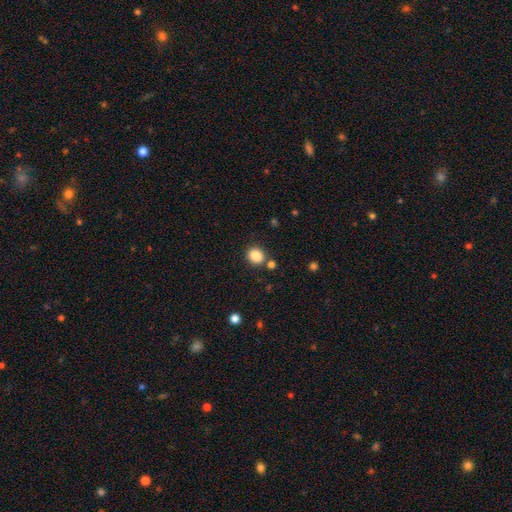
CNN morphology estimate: smooth_or_featured: smooth (p=0.86) [alt: star or artifact p=0.10]
how_rounded: round (p=0.69) [alt: in between p=0.30]
merging: none (p=0.82) [alt: minor disturbance p=0.09]